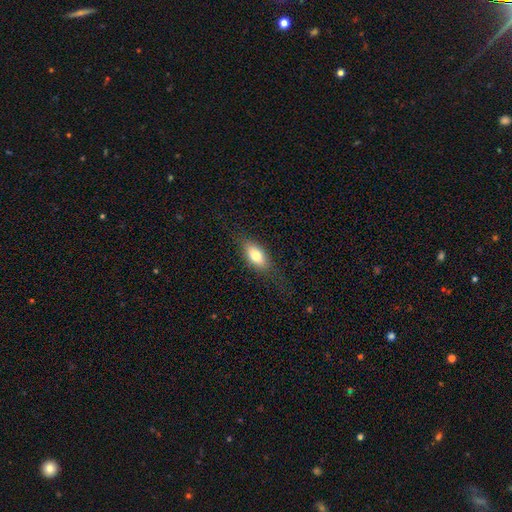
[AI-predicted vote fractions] Smooth or featured: smooth — 77% (featured or disk — 16%)
How rounded: in between — 85% (cigar-shaped — 11%)
Merging: none — 77% (minor disturbance — 16%)